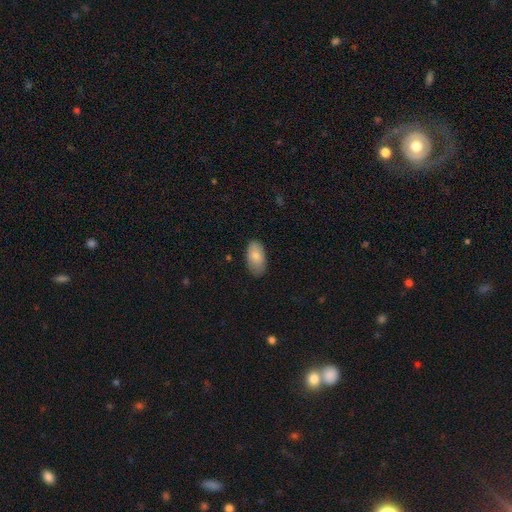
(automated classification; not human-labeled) A smooth galaxy with no disk features (82%) that is in between round and cigar-shaped (95%).

Vote fractions:
- Smooth or featured? smooth: 82% / featured or disk: 12% / star or artifact: 6%
- How rounded? in between: 95% / round: 3% / cigar-shaped: 2%
- Merging? none: 78% / minor disturbance: 18% / major disturbance: 3% / merger: 1%